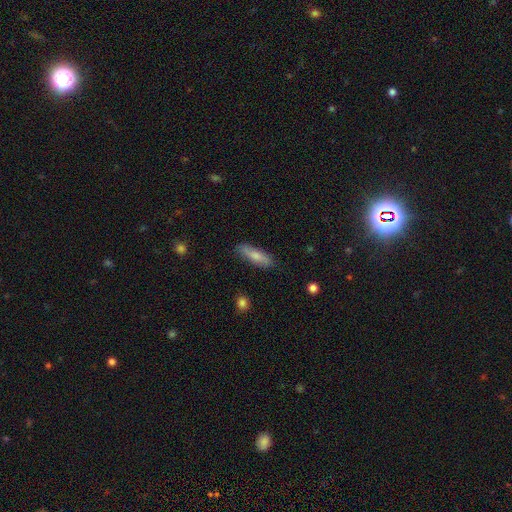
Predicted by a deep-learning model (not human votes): Q: Smooth or featured?
A: smooth (74%); runner-up: featured or disk (20%)
Q: How rounded?
A: cigar-shaped (57%); runner-up: in between (41%)
Q: Merging?
A: none (81%); runner-up: minor disturbance (14%)